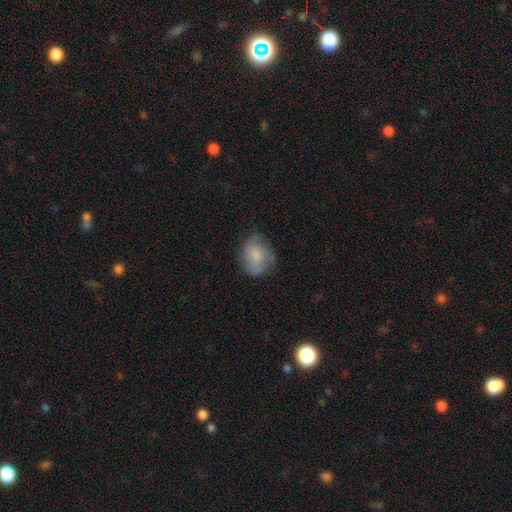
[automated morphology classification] This appears to be a smooth galaxy with no disk features (67%) that is round (51%). Merging: none (63%).